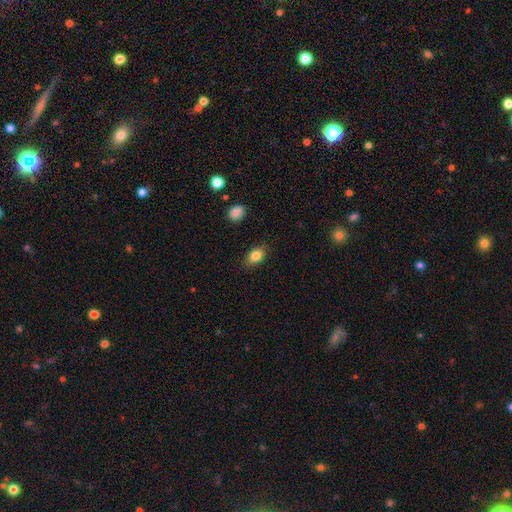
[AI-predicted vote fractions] The model was most divided on "how rounded": in between: 81%, round: 17%, cigar-shaped: 2%. More confident: merging — none (85%); smooth or featured — smooth (83%).